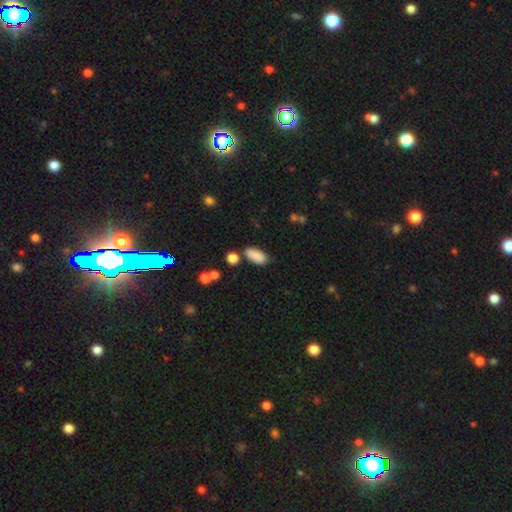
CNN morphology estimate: type=smooth (87%); roundness=in between (87%); merging=none (76%).